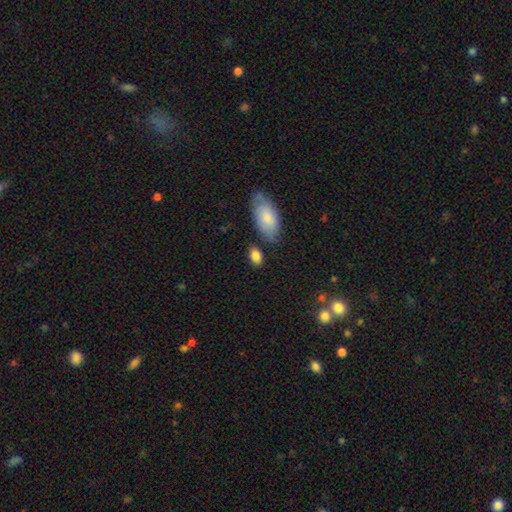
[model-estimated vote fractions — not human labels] Smooth or featured? smooth (85%)
How rounded? in between (86%)
Merging? none (71%)